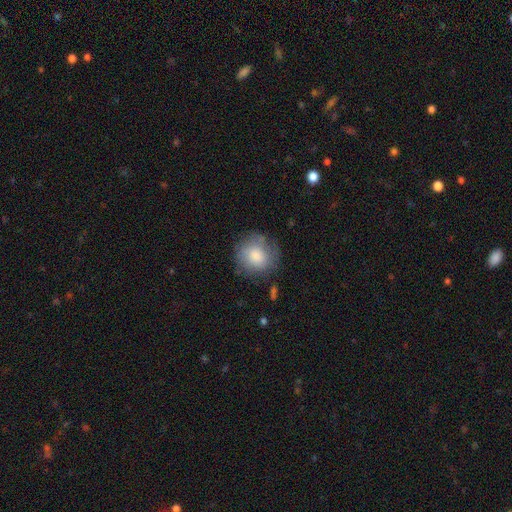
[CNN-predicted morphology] smooth-or-featured: smooth: 79% | featured or disk: 13% | star or artifact: 7%
  how-rounded: round: 88% | in between: 11% | cigar-shaped: 1%
  merging: none: 71% | minor disturbance: 19% | major disturbance: 7% | merger: 2%